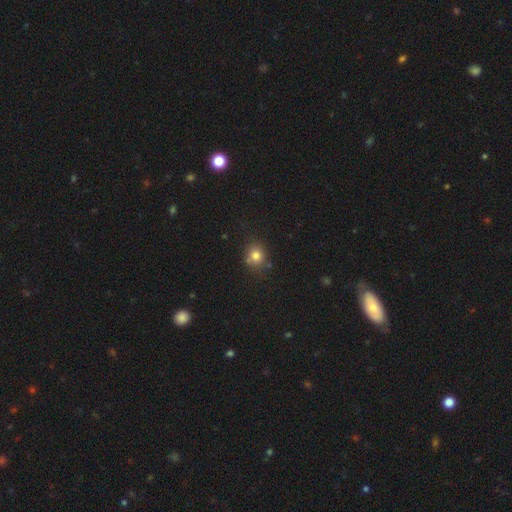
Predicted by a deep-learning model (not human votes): Smooth or featured? smooth (79%)
How rounded? round (80%)
Merging? none (76%)